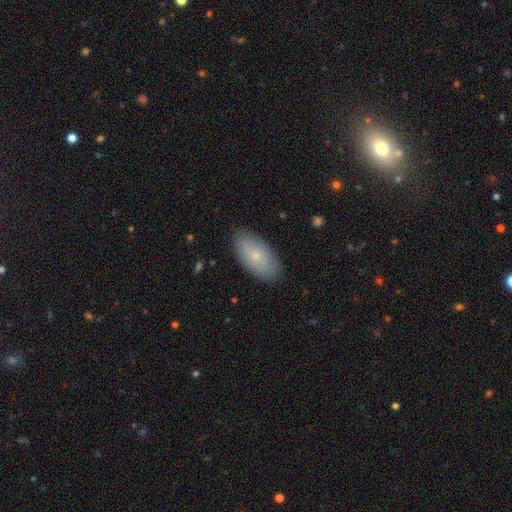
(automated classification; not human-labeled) Overall: smooth (75%). How rounded: in between (93%). Merging: none (86%).